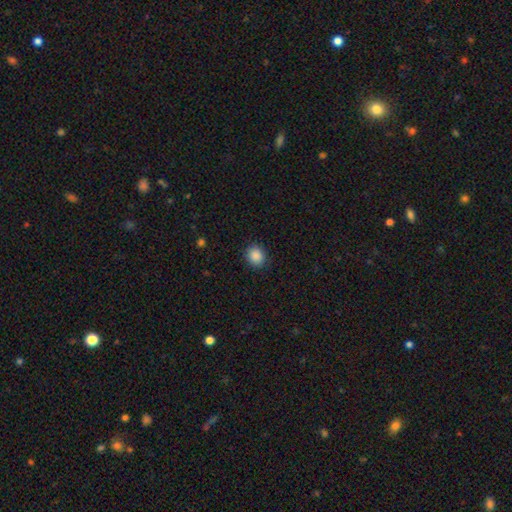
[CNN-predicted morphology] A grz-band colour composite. It shows a smooth galaxy with no disk features (88%) that is round (76%). Merging: none (89%).